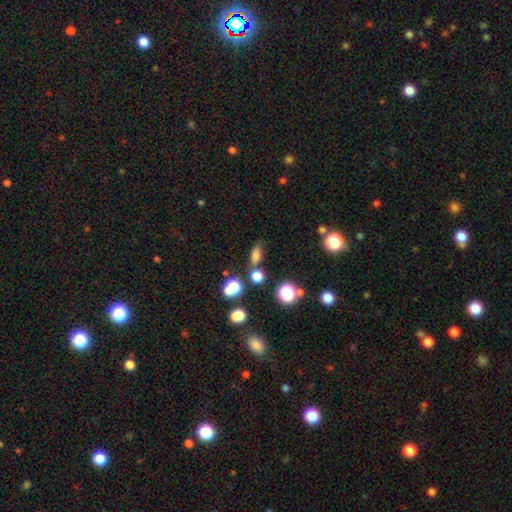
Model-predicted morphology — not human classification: smooth 72%, star or artifact 19%, featured or disk 10%. Down the decision tree: how rounded — in between (70%); merging — none (66%).